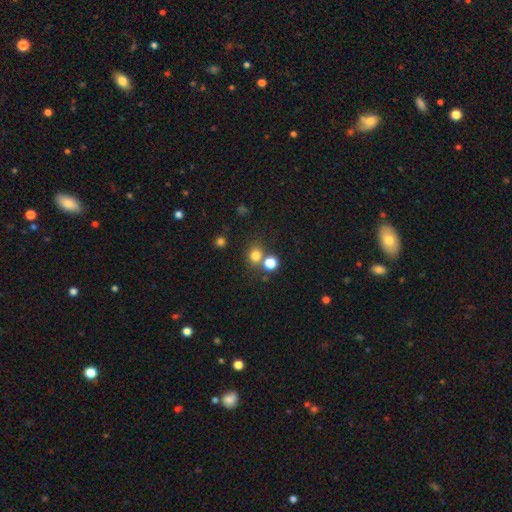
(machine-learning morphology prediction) Smooth or featured: smooth — 76% (star or artifact — 17%)
How rounded: round — 78% (in between — 21%)
Merging: none — 65% (merger — 23%)